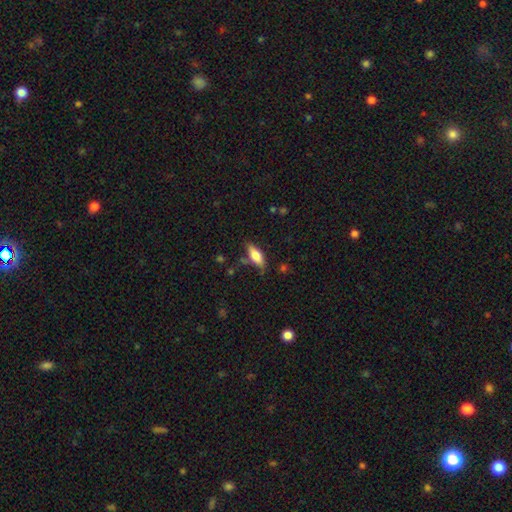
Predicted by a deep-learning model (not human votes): smooth 66%, featured or disk 27%, star or artifact 7%. Down the decision tree: how rounded — in between (67%); merging — none (71%).